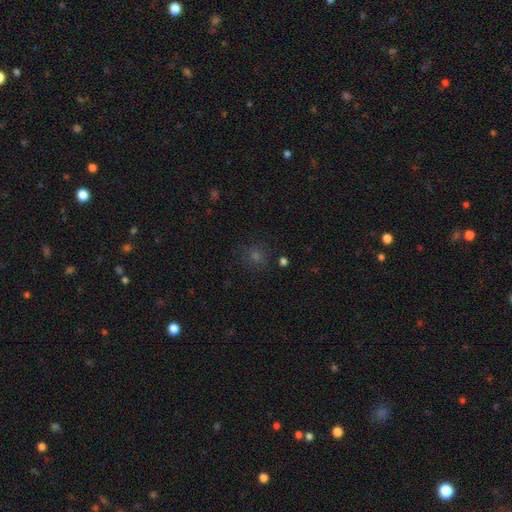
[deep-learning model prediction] smooth 53%, star or artifact 37%, featured or disk 10%. Down the decision tree: how rounded — round (89%); merging — none (85%).